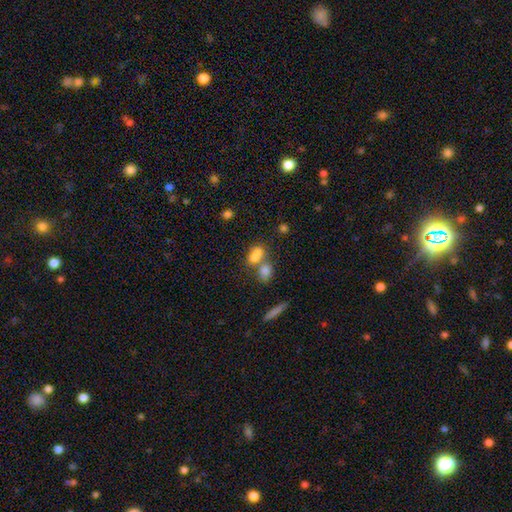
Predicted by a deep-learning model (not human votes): smooth_or_featured: smooth (p=0.71) [alt: featured or disk p=0.16]
how_rounded: in between (p=0.56) [alt: round p=0.41]
merging: merger (p=0.61) [alt: none p=0.27]